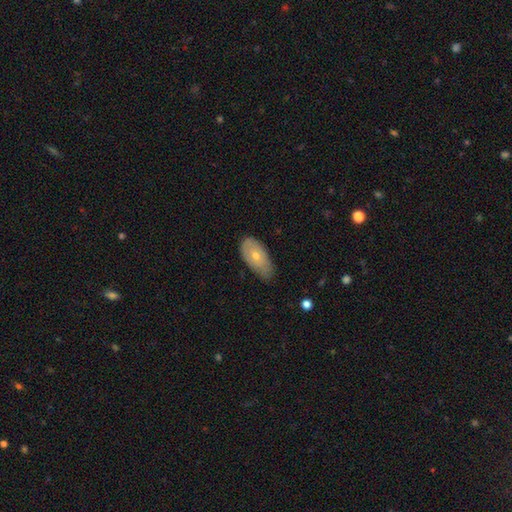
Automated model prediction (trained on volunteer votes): The model was most divided on "smooth or featured": smooth: 55%, featured or disk: 37%, star or artifact: 7%. More confident: how rounded — in between (90%); merging — none (65%).